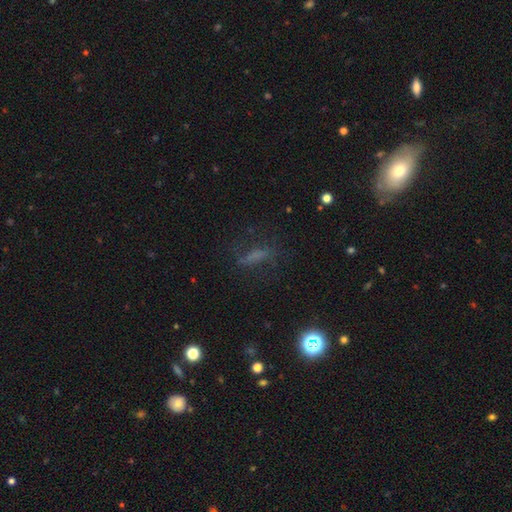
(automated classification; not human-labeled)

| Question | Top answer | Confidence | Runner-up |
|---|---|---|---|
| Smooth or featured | smooth | 43% | featured or disk (31%) |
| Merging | none | 64% | minor disturbance (18%) |